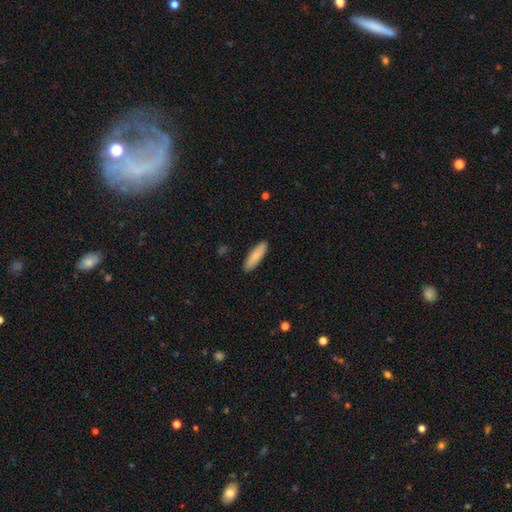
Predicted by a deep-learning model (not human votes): smooth-or-featured: smooth: 84% | featured or disk: 10% | star or artifact: 6%
  how-rounded: cigar-shaped: 60% | in between: 38% | round: 2%
  merging: none: 90% | minor disturbance: 8% | major disturbance: 2% | merger: 1%